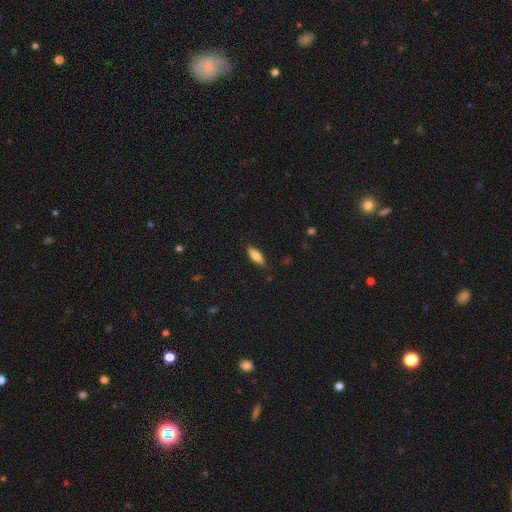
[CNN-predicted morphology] This appears to be a smooth galaxy with no disk features (79%) that is in between round and cigar-shaped (66%). Merging: none (86%).